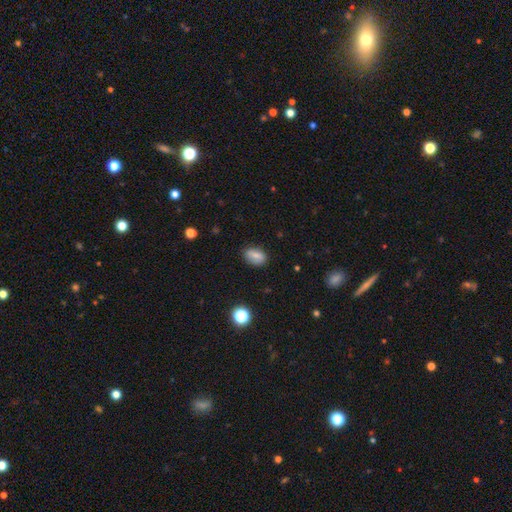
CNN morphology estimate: smooth-or-featured: smooth: 76% | featured or disk: 14% | star or artifact: 10%
  how-rounded: in between: 84% | round: 13% | cigar-shaped: 3%
  merging: none: 83% | minor disturbance: 13% | major disturbance: 3% | merger: 2%